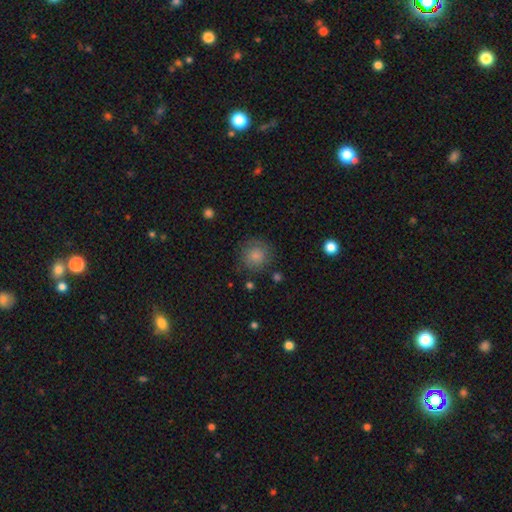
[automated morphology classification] Q: Smooth or featured?
A: smooth (83%); runner-up: star or artifact (9%)
Q: How rounded?
A: round (91%); runner-up: in between (8%)
Q: Merging?
A: none (81%); runner-up: minor disturbance (12%)